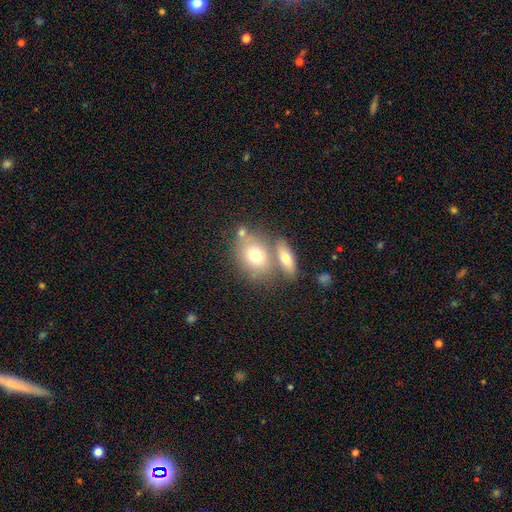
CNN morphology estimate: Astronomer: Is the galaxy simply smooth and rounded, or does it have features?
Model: smooth — 70%.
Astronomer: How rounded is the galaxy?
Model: in between — 60% (runner-up: round, 37%).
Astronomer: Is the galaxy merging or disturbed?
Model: none — 47% (runner-up: merger, 37%).